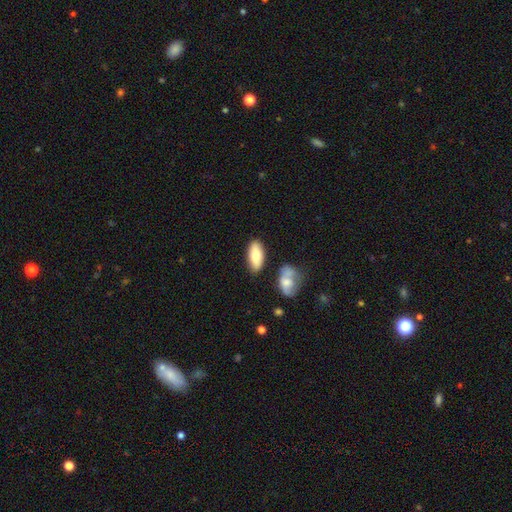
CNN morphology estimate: smooth_or_featured: smooth (p=0.78) [alt: featured or disk p=0.16]
how_rounded: in between (p=0.84) [alt: cigar-shaped p=0.13]
merging: none (p=0.79) [alt: minor disturbance p=0.12]